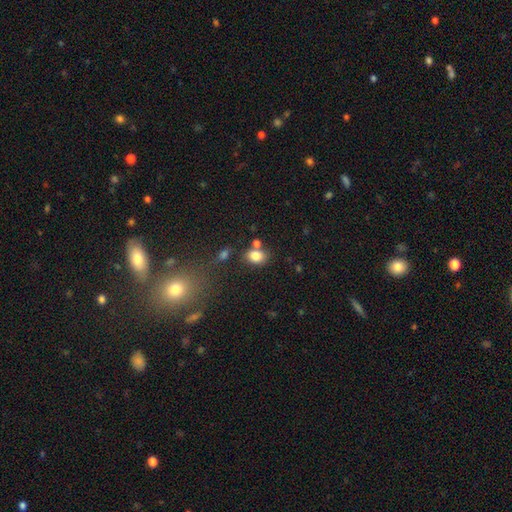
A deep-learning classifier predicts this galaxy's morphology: smooth_or_featured: smooth (p=0.82) [alt: star or artifact p=0.10]
how_rounded: in between (p=0.62) [alt: round p=0.37]
merging: none (p=0.63) [alt: merger p=0.19]